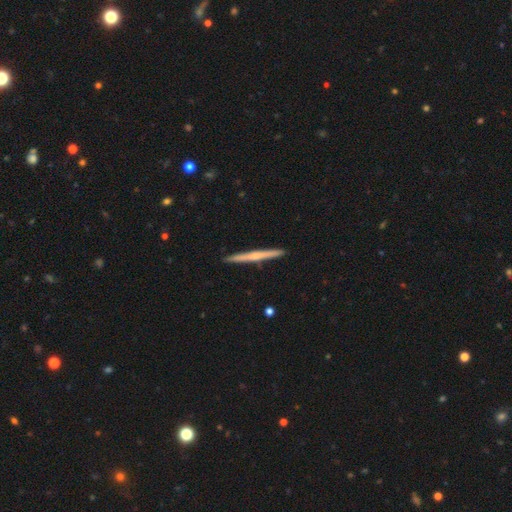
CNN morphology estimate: Overall: featured or disk (60%; smooth 35%). Edge-on disk: yes (98%). Edge-on bulge: rounded (48%; none 46%). Merging: none (93%).